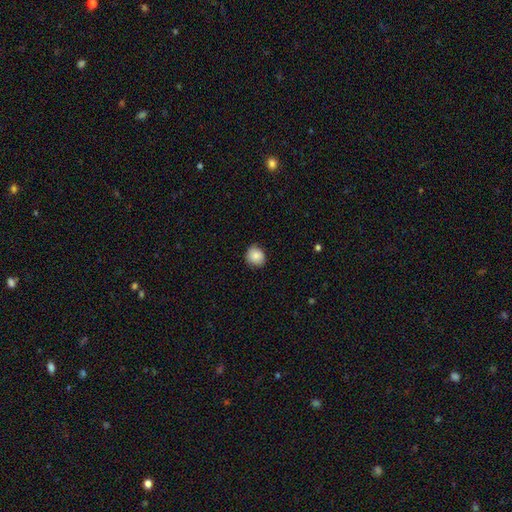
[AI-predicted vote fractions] Smooth or featured? Predicted: smooth (p=0.85). How rounded? Predicted: round (p=0.81). Merging? Predicted: none (p=0.81).